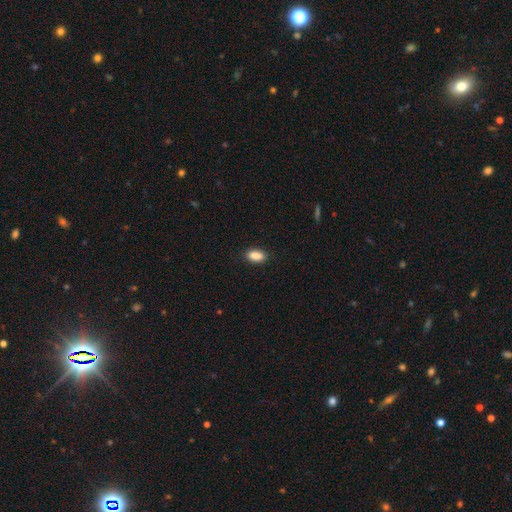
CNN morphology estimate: Smooth or featured? smooth (88%)
How rounded? in between (90%)
Merging? none (88%)